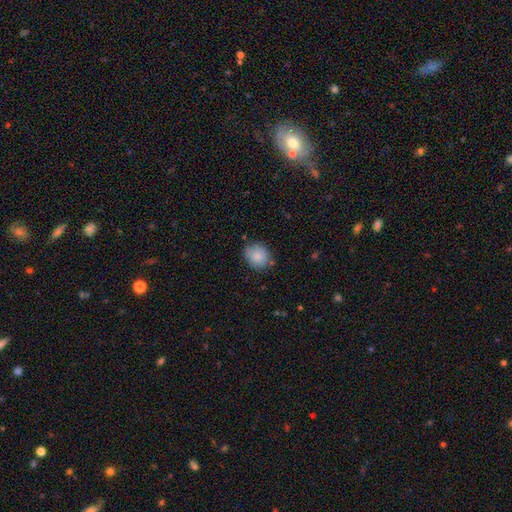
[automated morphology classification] Smooth or featured? Predicted: smooth (p=0.85). How rounded? Predicted: round (p=0.63). Merging? Predicted: none (p=0.76).